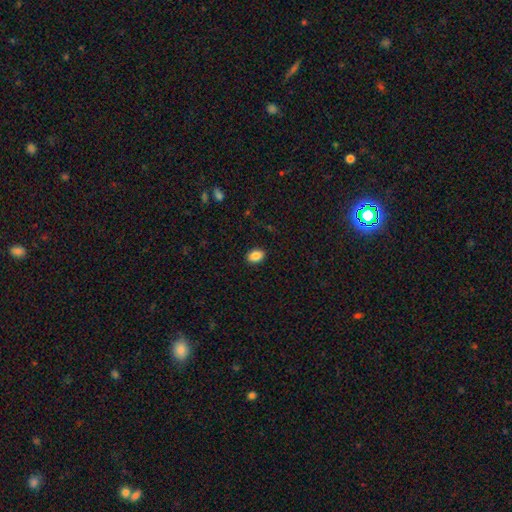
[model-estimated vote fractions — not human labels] This appears to be a smooth galaxy with no disk features (87%) that is in between round and cigar-shaped (75%). Merging: none (90%).